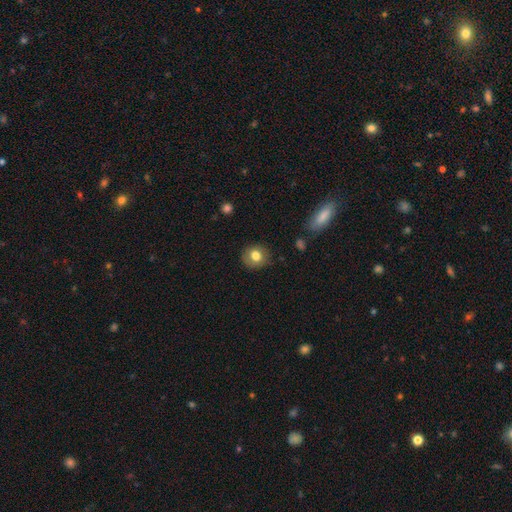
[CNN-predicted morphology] Smooth or featured? Predicted: smooth (p=0.79). How rounded? Predicted: round (p=0.81). Merging? Predicted: none (p=0.83).